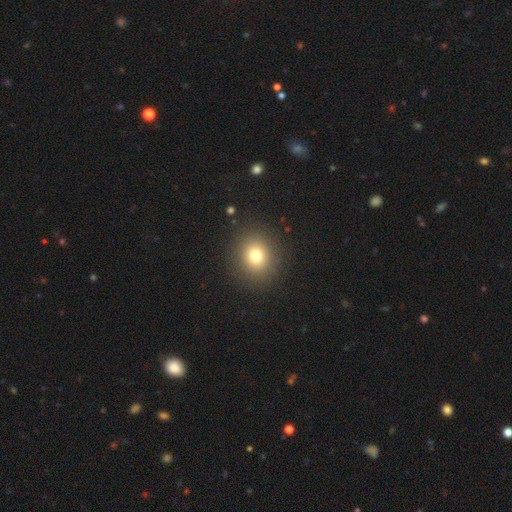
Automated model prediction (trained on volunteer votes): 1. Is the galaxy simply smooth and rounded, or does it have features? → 76% smooth, 14% star or artifact, 10% featured or disk.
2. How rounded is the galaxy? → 80% round, 19% in between, 1% cigar-shaped.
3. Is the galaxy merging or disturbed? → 89% none, 7% minor disturbance, 3% major disturbance, 1% merger.